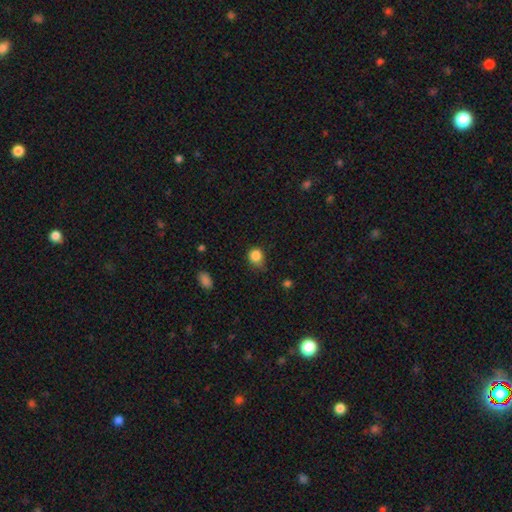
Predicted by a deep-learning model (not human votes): Smooth or featured? smooth (85%)
How rounded? round (67%)
Merging? none (56%)